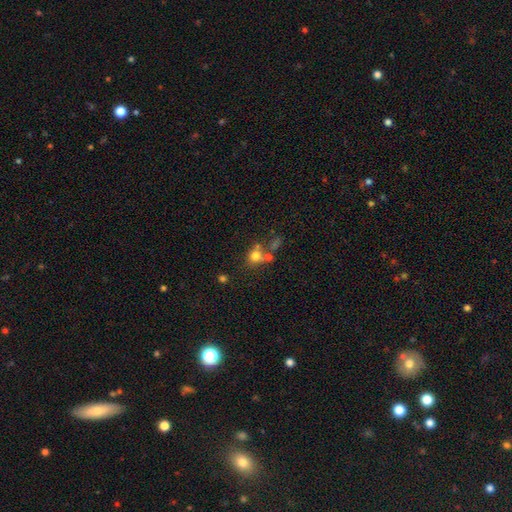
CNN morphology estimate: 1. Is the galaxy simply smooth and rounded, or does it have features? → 71% smooth, 15% star or artifact, 14% featured or disk.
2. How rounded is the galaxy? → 79% round, 20% in between, 1% cigar-shaped.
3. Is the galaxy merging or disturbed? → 46% none, 36% merger, 11% minor disturbance, 7% major disturbance.